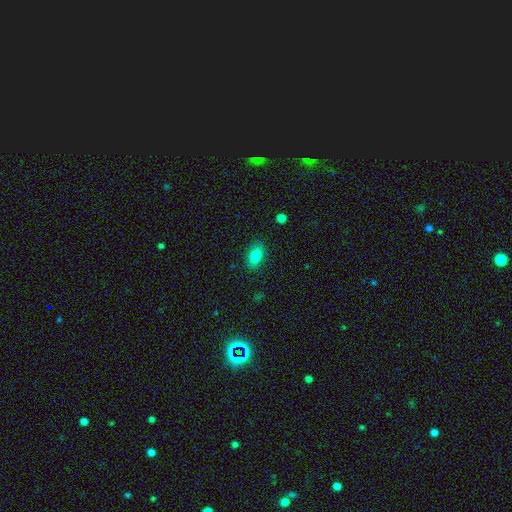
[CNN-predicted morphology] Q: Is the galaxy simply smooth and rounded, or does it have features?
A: smooth — 82%.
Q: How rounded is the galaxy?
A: in between — 88%.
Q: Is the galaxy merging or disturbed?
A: none — 87%.